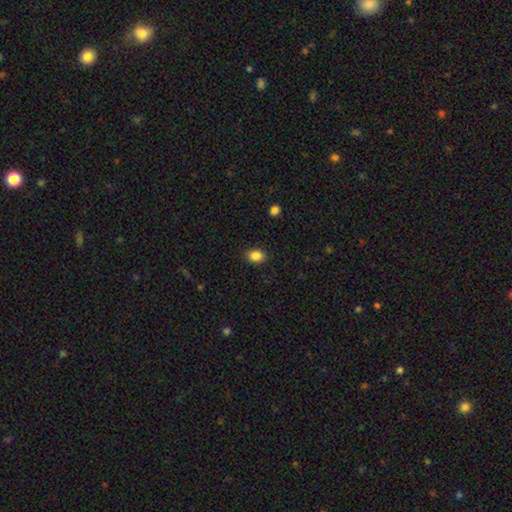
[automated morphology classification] Smooth or featured?
  - smooth: 86% *
  - star or artifact: 10%
  - featured or disk: 4%
How rounded?
  - in between: 62% *
  - round: 37%
  - cigar-shaped: 1%
Merging?
  - none: 88% *
  - minor disturbance: 8%
  - major disturbance: 2%
  - merger: 1%